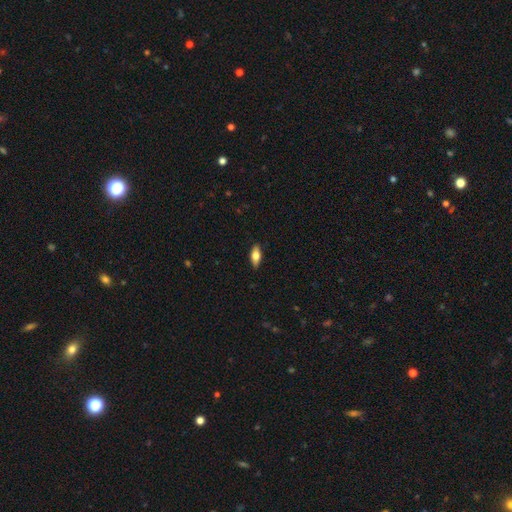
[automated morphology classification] The model was most divided on "smooth or featured": smooth: 69%, featured or disk: 25%, star or artifact: 6%. More confident: merging — none (88%); how rounded — in between (79%).